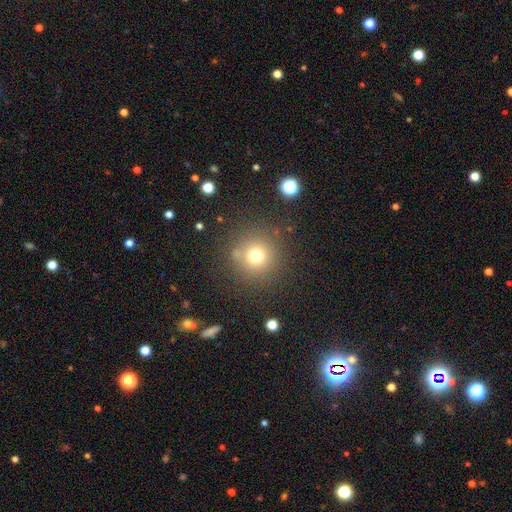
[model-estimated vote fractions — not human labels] Q: Smooth or featured?
A: smooth (72%); runner-up: star or artifact (17%)
Q: How rounded?
A: round (94%); runner-up: in between (5%)
Q: Merging?
A: none (84%); runner-up: minor disturbance (9%)